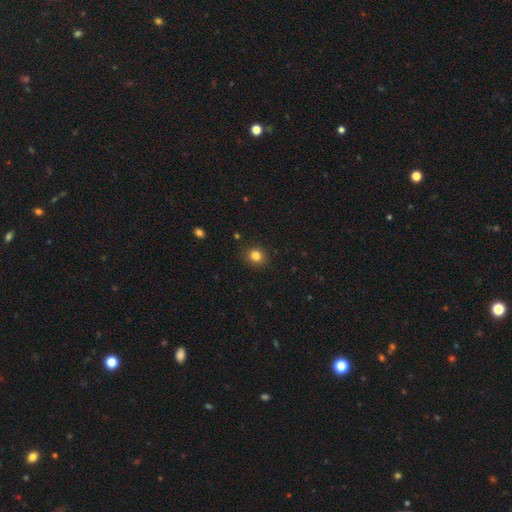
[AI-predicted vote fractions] Smooth or featured? Predicted: smooth (p=0.83). How rounded? Predicted: round (p=0.79). Merging? Predicted: none (p=0.89).